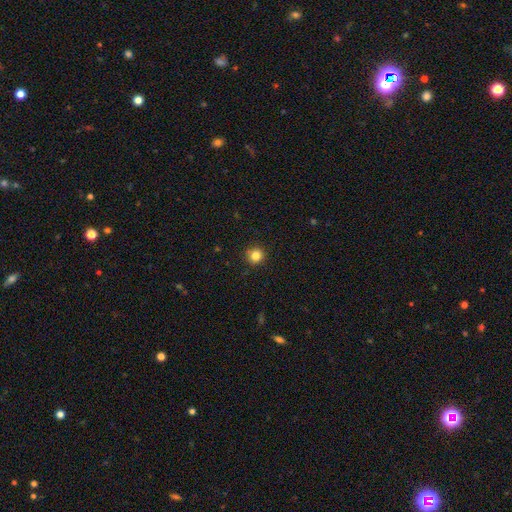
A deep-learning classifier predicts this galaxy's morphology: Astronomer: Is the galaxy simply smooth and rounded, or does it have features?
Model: smooth — 83%.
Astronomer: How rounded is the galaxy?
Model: round — 93%.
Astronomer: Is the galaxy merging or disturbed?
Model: none — 91%.